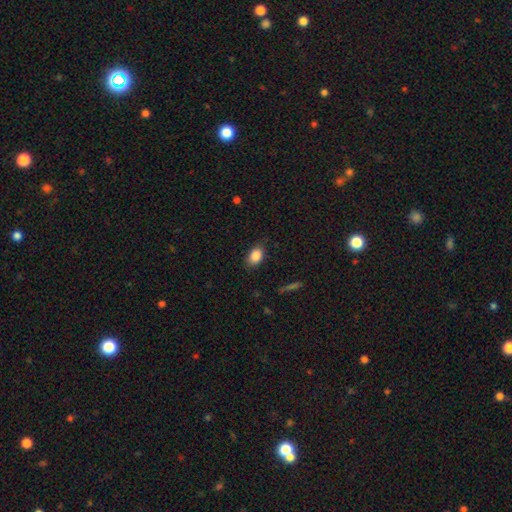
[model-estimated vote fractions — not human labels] Morphology: type=smooth (87%); roundness=in between (83%); merging=none (79%).